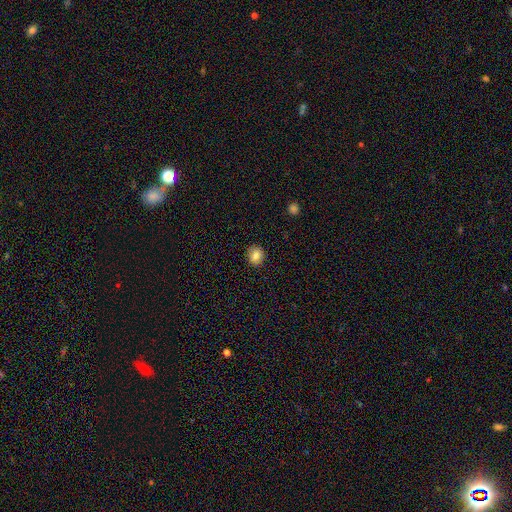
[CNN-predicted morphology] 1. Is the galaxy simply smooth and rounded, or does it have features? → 82% smooth, 10% star or artifact, 8% featured or disk.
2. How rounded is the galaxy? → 74% round, 25% in between, 1% cigar-shaped.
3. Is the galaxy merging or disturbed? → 88% none, 9% minor disturbance, 2% major disturbance, 1% merger.